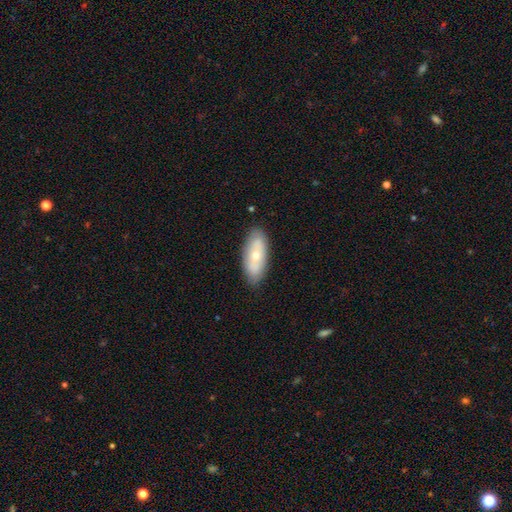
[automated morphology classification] Overall: smooth (54%; featured or disk 40%). How rounded: in between (85%). Merging: none (84%).